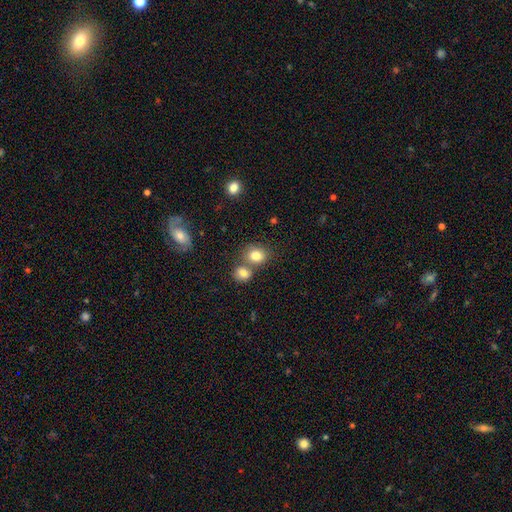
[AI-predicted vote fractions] A smooth galaxy with no disk features (81%) that is round (58%).

Vote fractions:
- Smooth or featured? smooth: 81% / star or artifact: 11% / featured or disk: 9%
- How rounded? round: 58% / in between: 41% / cigar-shaped: 1%
- Merging? none: 51% / merger: 36% / minor disturbance: 10% / major disturbance: 4%